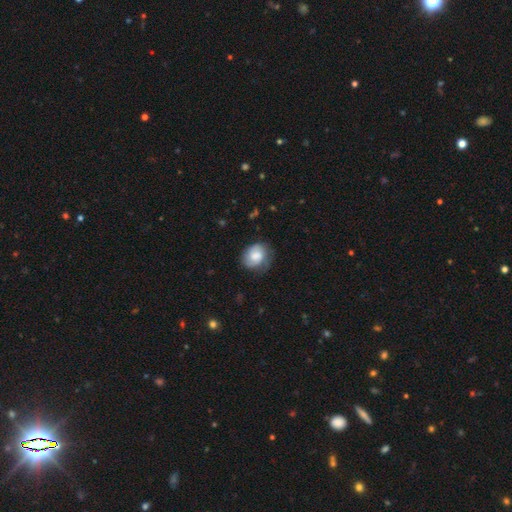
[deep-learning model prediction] Overall: smooth (61%; featured or disk 31%). How rounded: round (58%; in between 41%). Merging: none (62%; minor disturbance 26%).